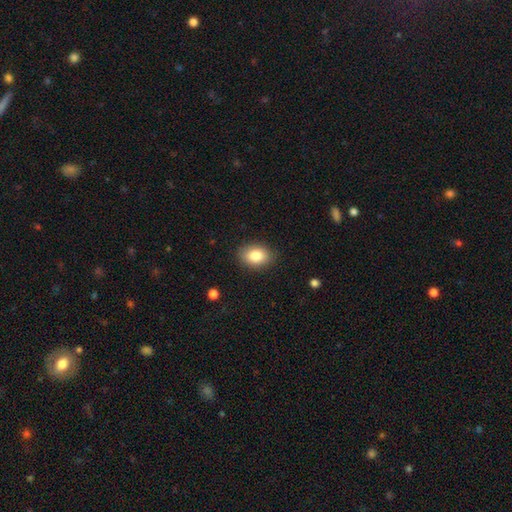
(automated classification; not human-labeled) Morphology: type=smooth (84%); roundness=in between (79%); merging=none (86%).